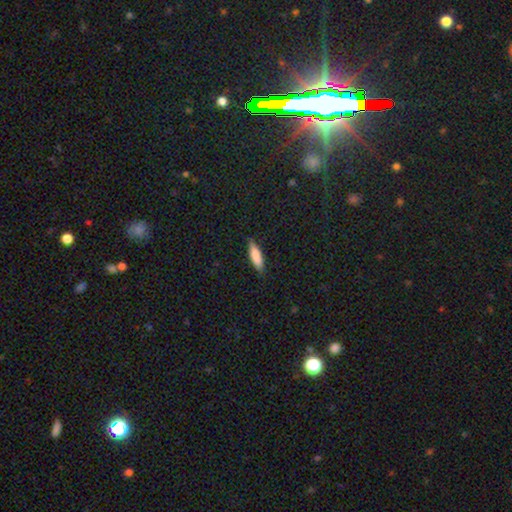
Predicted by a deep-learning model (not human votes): This is clearly a smooth galaxy (83%). How rounded: possibly cigar-shaped (60%). Merging: clearly none (85%).